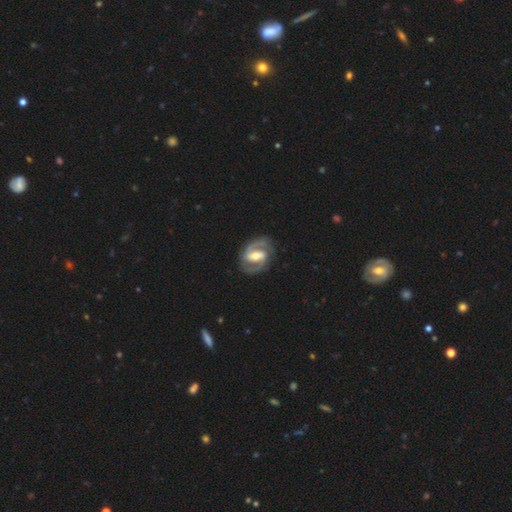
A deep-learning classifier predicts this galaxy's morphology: Smooth or featured? featured or disk (89%)
Edge-on disk? no (97%)
Bar? strong (46%)
Spiral arms? yes (95%)
Spiral winding? medium (53%)
Spiral arm count? 2 (91%)
Bulge size? moderate (62%)
Merging? none (82%)